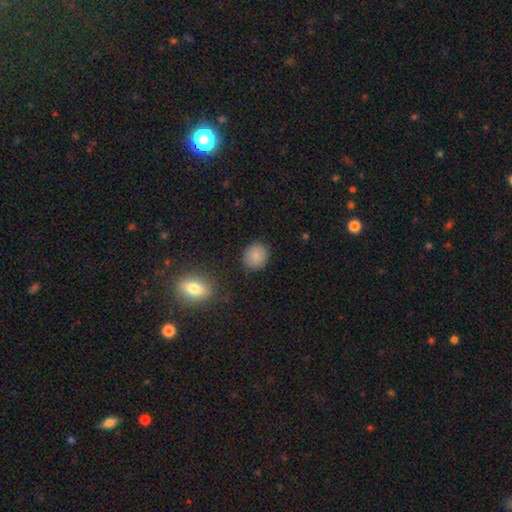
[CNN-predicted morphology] Overall: smooth (85%). How rounded: round (80%). Merging: none (86%).